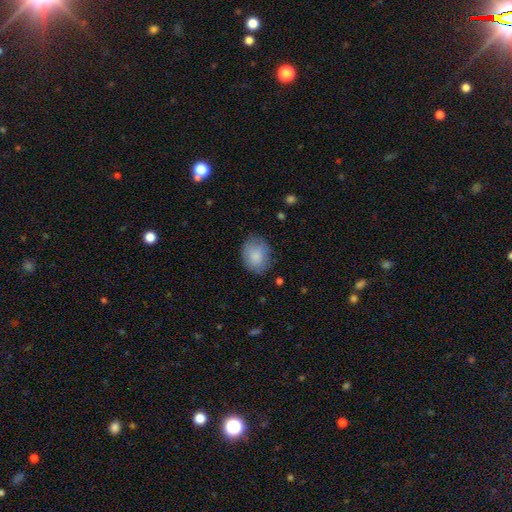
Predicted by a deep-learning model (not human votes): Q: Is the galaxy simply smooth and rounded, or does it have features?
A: smooth — 85%.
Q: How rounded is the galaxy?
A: in between — 60%.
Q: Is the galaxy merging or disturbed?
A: none — 74%.